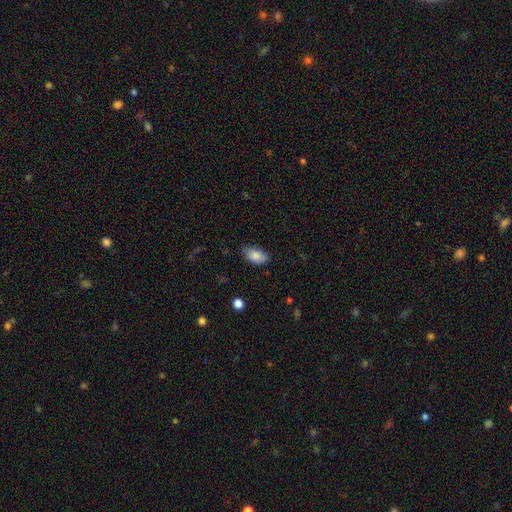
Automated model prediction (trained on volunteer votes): This appears to be a smooth galaxy with no disk features (86%) that is in between round and cigar-shaped (92%). Merging: none (75%).